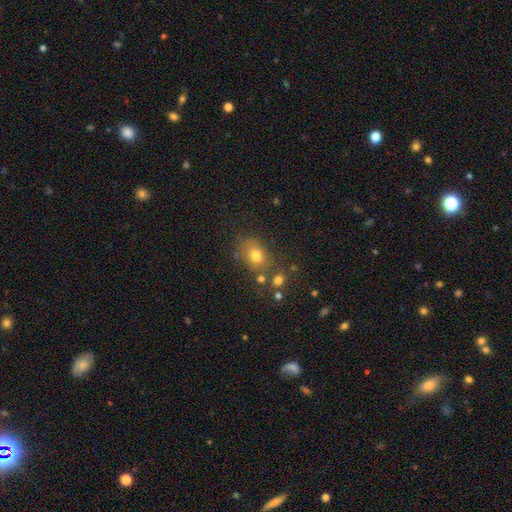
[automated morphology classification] type=smooth (72%); roundness=in between (63%); merging=none (64%).